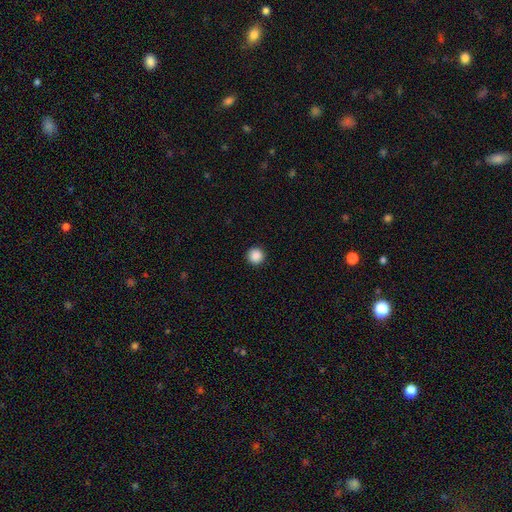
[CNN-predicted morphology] Smooth or featured? Predicted: smooth (p=0.88). How rounded? Predicted: round (p=0.96). Merging? Predicted: none (p=0.93).